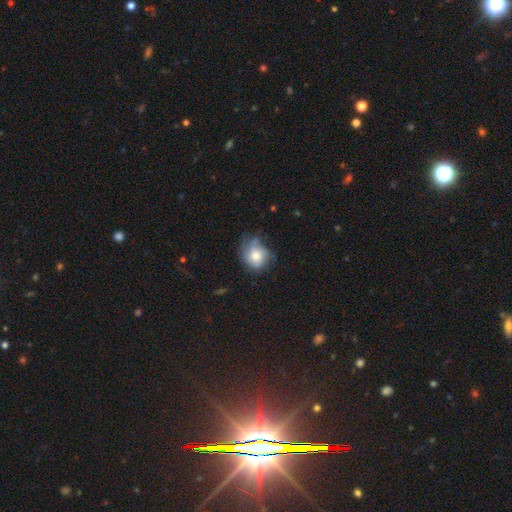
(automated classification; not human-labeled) A smooth galaxy with no disk features (60%) that is round (67%). Merging: none (48%).